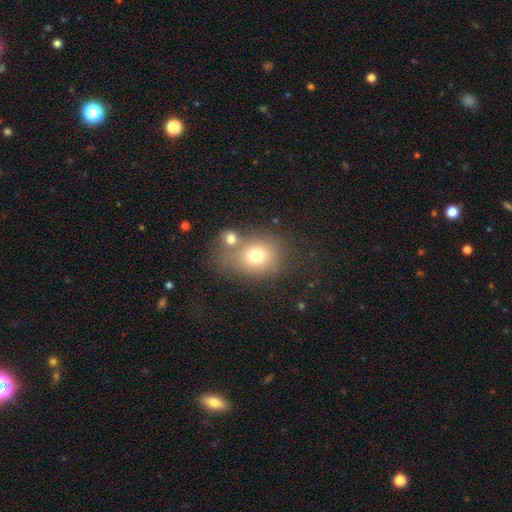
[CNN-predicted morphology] smooth 74%, featured or disk 14%, star or artifact 12%. Down the decision tree: how rounded — round (60%); merging — none (46%).